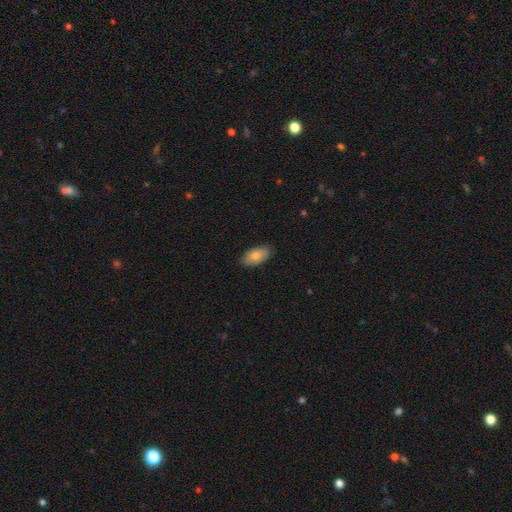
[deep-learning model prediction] Smooth or featured? Predicted: smooth (p=0.79). How rounded? Predicted: in between (p=0.93). Merging? Predicted: none (p=0.85).